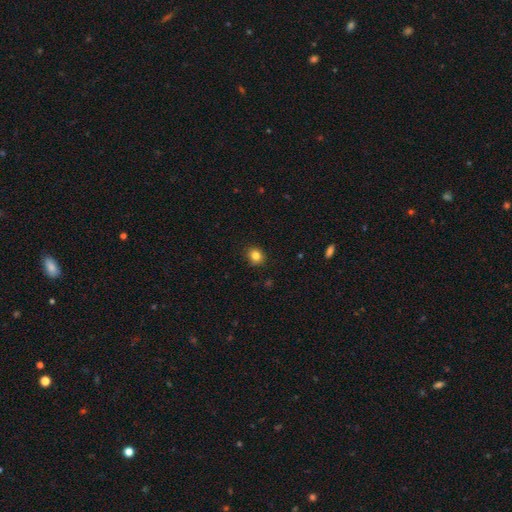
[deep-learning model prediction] smooth-or-featured: smooth: 83% | star or artifact: 11% | featured or disk: 5%
  how-rounded: round: 75% | in between: 24% | cigar-shaped: 1%
  merging: none: 90% | minor disturbance: 8% | major disturbance: 2% | merger: 1%